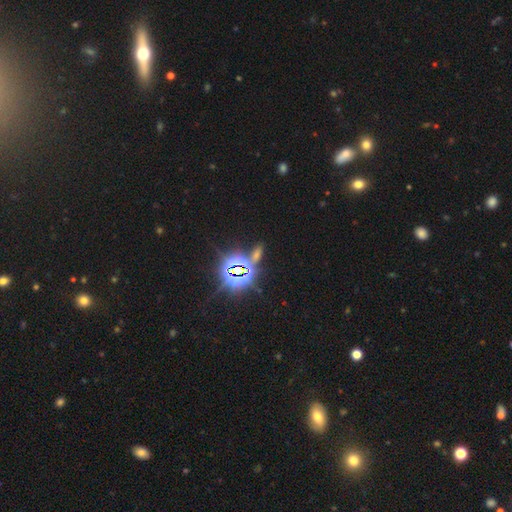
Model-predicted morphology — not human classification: The model was most divided on "smooth or featured": star or artifact: 78%, smooth: 14%, featured or disk: 8%.